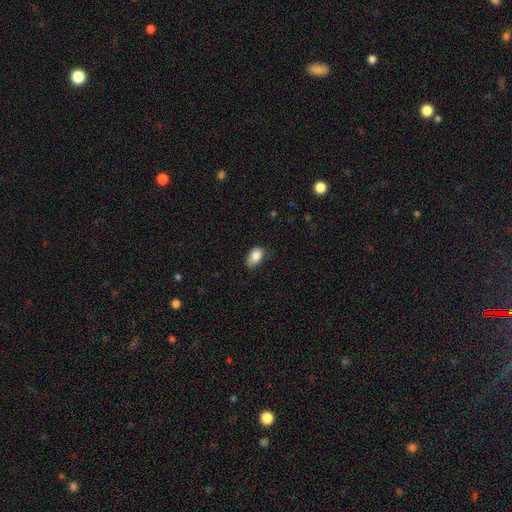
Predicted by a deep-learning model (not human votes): A smooth galaxy with no disk features (85%) that is in between round and cigar-shaped (90%). Merging: none (66%).